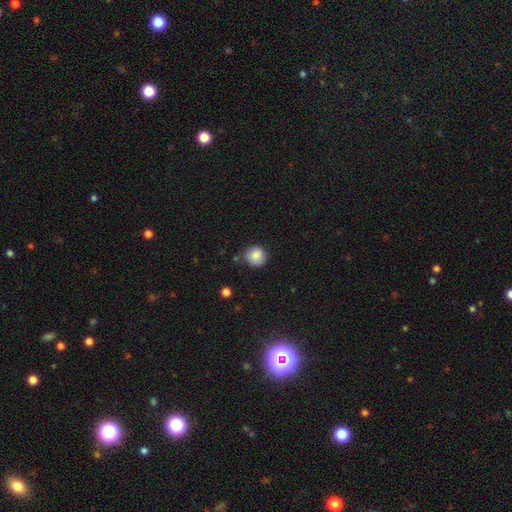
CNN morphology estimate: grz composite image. It shows a smooth galaxy with no disk features (85%) that is round (89%). Merging: none (79%).